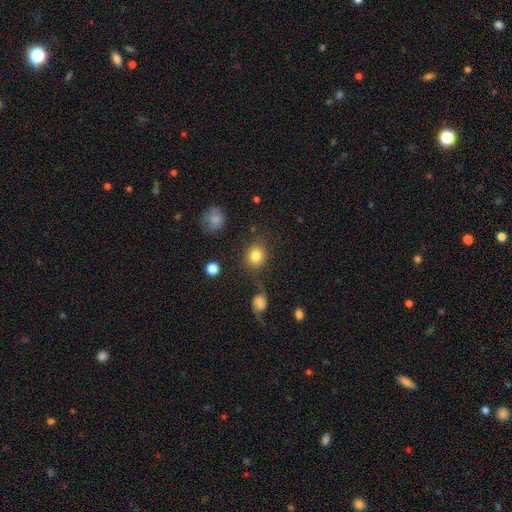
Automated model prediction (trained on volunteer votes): smooth 82%, star or artifact 11%, featured or disk 8%. Down the decision tree: how rounded — round (79%); merging — none (76%).